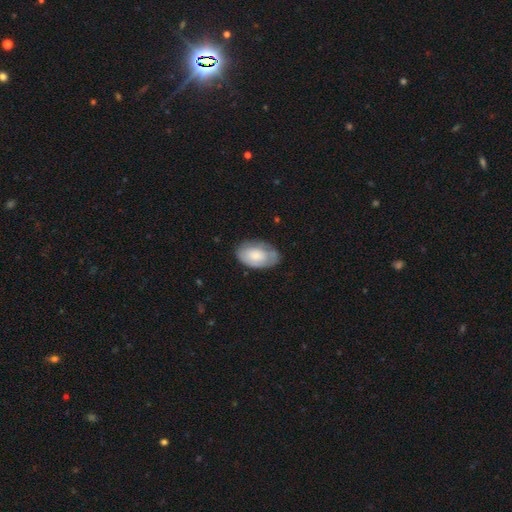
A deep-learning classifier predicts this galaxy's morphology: type=smooth (67%); roundness=in between (93%); merging=none (68%).